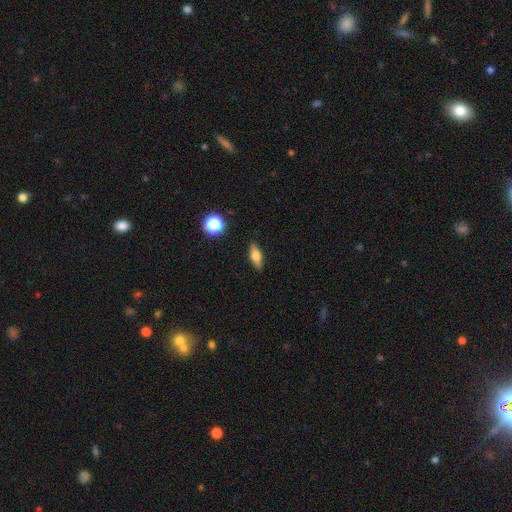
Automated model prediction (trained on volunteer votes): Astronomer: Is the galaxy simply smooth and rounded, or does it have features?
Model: smooth — 65%.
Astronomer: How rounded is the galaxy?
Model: in between — 64%.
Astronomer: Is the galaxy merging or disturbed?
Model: none — 88%.